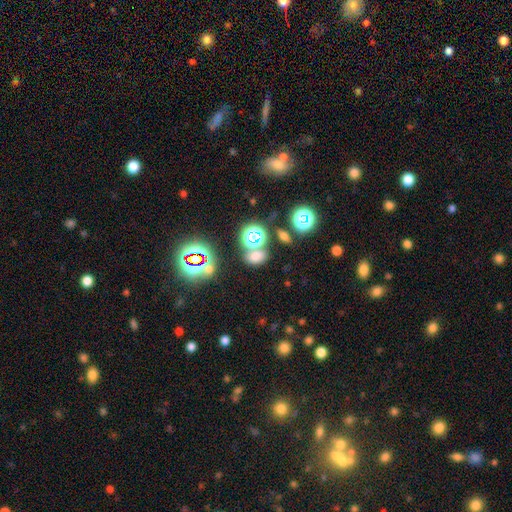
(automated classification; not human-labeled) Morphology: type=smooth (59%); roundness=in between (66%); merging=none (61%).